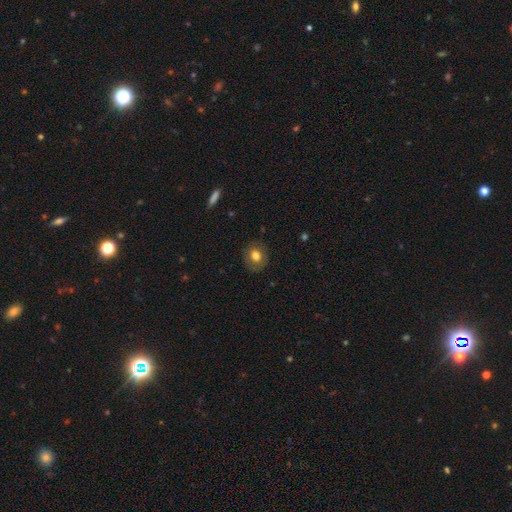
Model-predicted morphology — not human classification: smooth_or_featured: smooth (p=0.75) [alt: featured or disk p=0.15]
how_rounded: round (p=0.74) [alt: in between p=0.25]
merging: none (p=0.85) [alt: minor disturbance p=0.11]